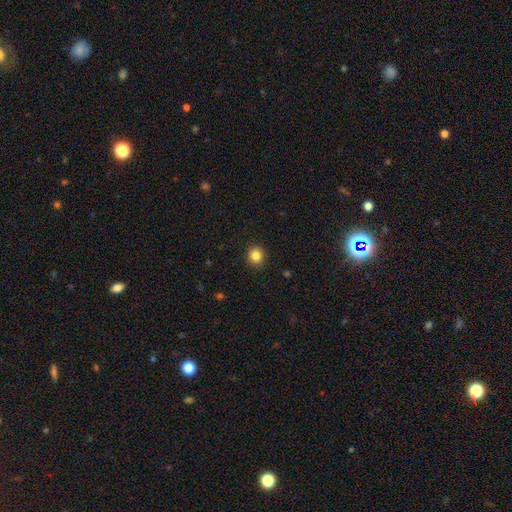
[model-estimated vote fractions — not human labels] A smooth galaxy with no disk features (85%) that is round (86%).

Vote fractions:
- Smooth or featured? smooth: 85% / star or artifact: 11% / featured or disk: 4%
- How rounded? round: 86% / in between: 13% / cigar-shaped: 1%
- Merging? none: 91% / minor disturbance: 6% / major disturbance: 2% / merger: 1%